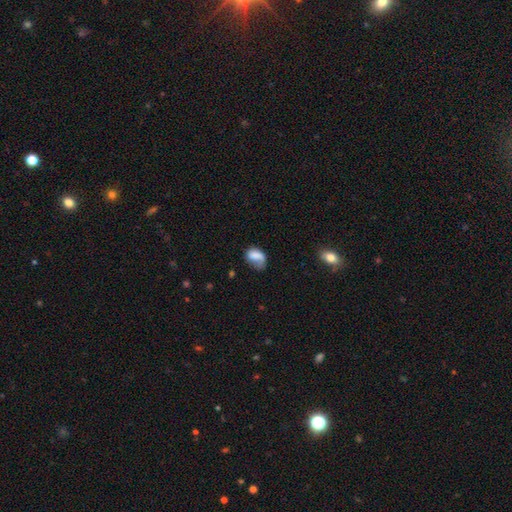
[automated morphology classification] This appears to be a smooth galaxy with no disk features (72%) that is in between round and cigar-shaped (80%). Merging: none (33%).